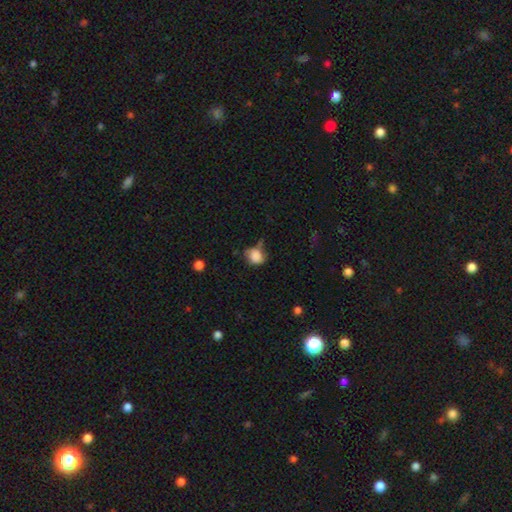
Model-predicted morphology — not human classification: This is clearly a smooth galaxy (81%). How rounded: possibly round (56%). Merging: marginally none (42%).